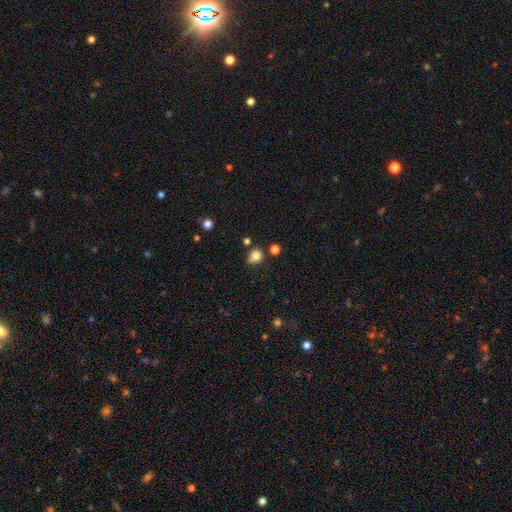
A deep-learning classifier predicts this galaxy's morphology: Smooth or featured: smooth — 81% (star or artifact — 12%)
How rounded: round — 67% (in between — 32%)
Merging: none — 59% (minor disturbance — 26%)